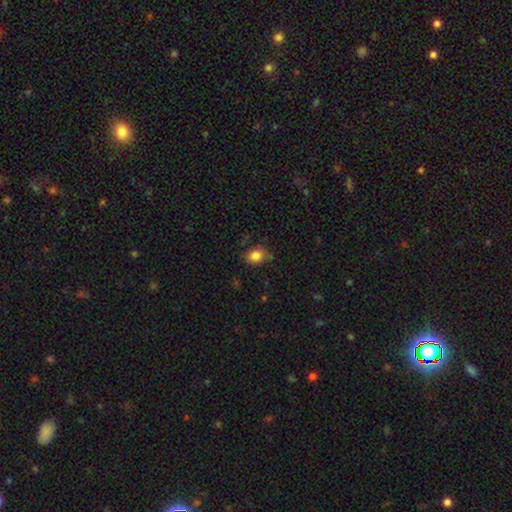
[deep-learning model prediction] smooth-or-featured: smooth: 85% | star or artifact: 10% | featured or disk: 6%
  how-rounded: in between: 61% | round: 38% | cigar-shaped: 1%
  merging: none: 71% | minor disturbance: 21% | major disturbance: 5% | merger: 3%